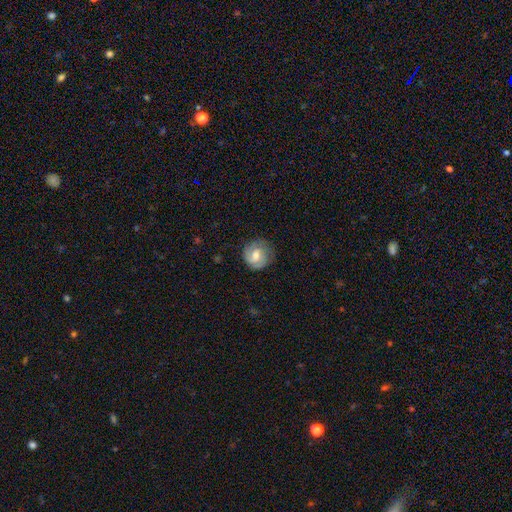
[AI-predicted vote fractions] smooth-or-featured: featured or disk: 56% | smooth: 36% | star or artifact: 7%
  disk-edge-on: no: 97% | yes: 3%
    bar: weak: 46% | no: 44% | strong: 9%
    has-spiral-arms: yes: 88% | no: 12%
    bulge-size: moderate: 65% | small: 23% | large: 8% | none: 3% | dominant: 1%
  merging: none: 74% | minor disturbance: 18% | major disturbance: 6% | merger: 1%